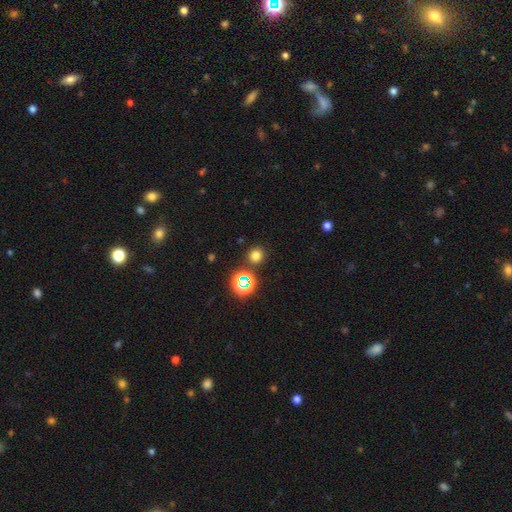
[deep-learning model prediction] smooth 71%, star or artifact 23%, featured or disk 6%. Down the decision tree: how rounded — round (90%); merging — none (86%).